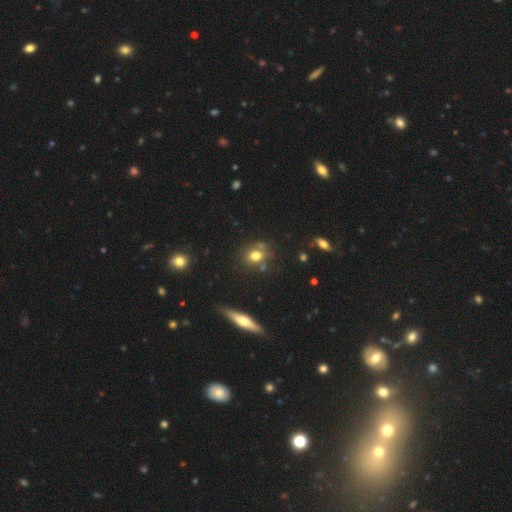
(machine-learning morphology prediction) Q: Smooth or featured?
A: smooth (72%); runner-up: star or artifact (15%)
Q: How rounded?
A: round (64%); runner-up: in between (34%)
Q: Merging?
A: none (67%); runner-up: minor disturbance (14%)